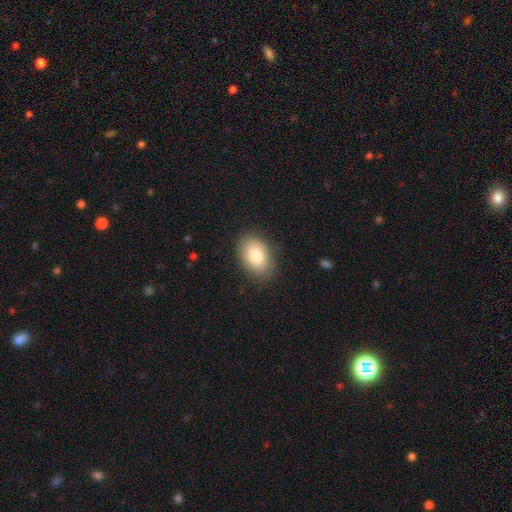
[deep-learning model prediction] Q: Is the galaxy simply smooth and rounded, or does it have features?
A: smooth — 81%.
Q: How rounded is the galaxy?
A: in between — 87%.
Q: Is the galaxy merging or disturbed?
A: none — 85%.